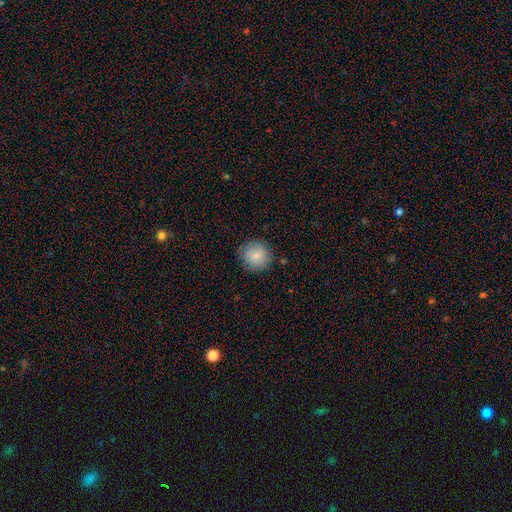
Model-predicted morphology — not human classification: Smooth or featured?
  - smooth: 78% *
  - featured or disk: 15%
  - star or artifact: 7%
How rounded?
  - round: 91% *
  - in between: 8%
  - cigar-shaped: 1%
Merging?
  - none: 84% *
  - minor disturbance: 12%
  - major disturbance: 3%
  - merger: 1%